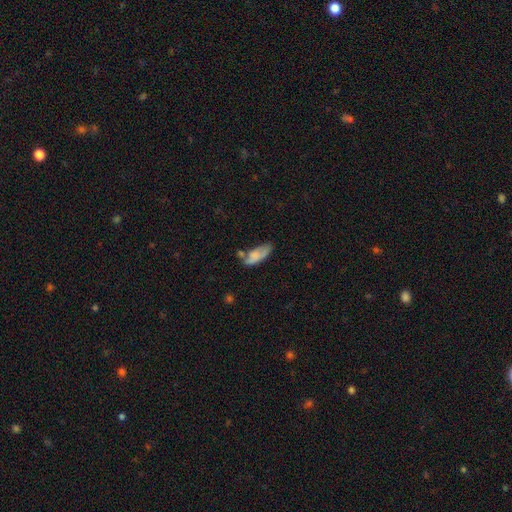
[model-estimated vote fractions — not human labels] A smooth galaxy with no disk features (73%) that is in between round and cigar-shaped (74%).

Vote fractions:
- Smooth or featured? smooth: 73% / featured or disk: 20% / star or artifact: 8%
- How rounded? in between: 74% / cigar-shaped: 23% / round: 2%
- Merging? none: 40% / minor disturbance: 28% / merger: 19% / major disturbance: 12%